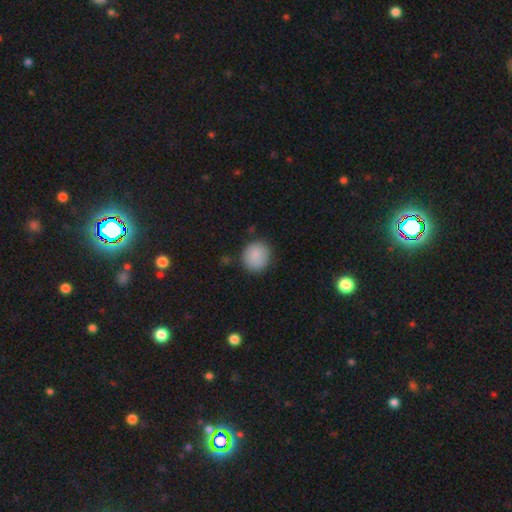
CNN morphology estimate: smooth-or-featured: smooth: 86% | star or artifact: 7% | featured or disk: 7%
  how-rounded: round: 87% | in between: 12% | cigar-shaped: 1%
  merging: none: 83% | minor disturbance: 12% | major disturbance: 3% | merger: 2%